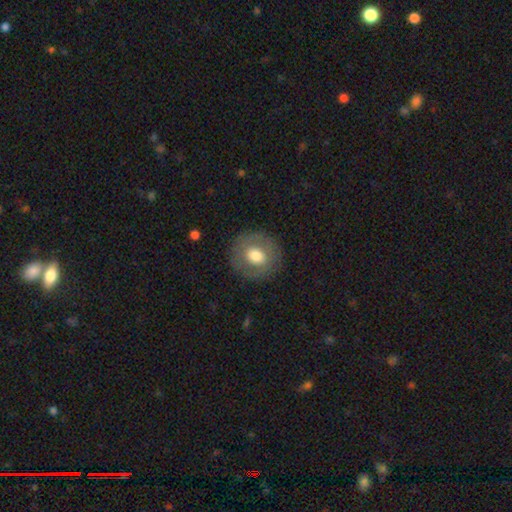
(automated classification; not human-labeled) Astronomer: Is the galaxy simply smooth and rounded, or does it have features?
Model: smooth — 64%.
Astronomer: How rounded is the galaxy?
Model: round — 87%.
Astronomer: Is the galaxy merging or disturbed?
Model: none — 85%.